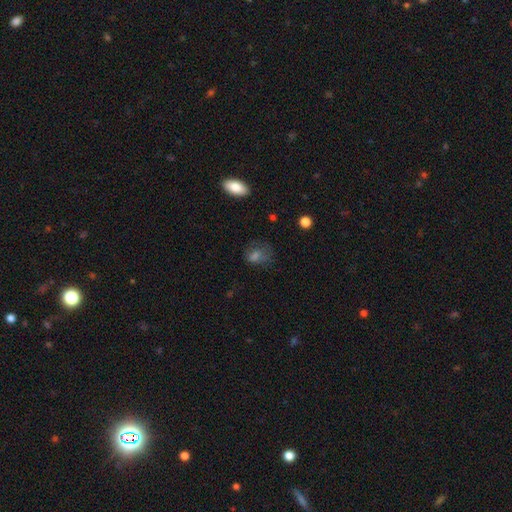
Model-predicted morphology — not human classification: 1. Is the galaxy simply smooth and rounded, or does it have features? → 66% smooth, 18% featured or disk, 16% star or artifact.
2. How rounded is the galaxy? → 60% in between, 37% round, 2% cigar-shaped.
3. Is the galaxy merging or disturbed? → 52% none, 26% minor disturbance, 20% major disturbance, 2% merger.